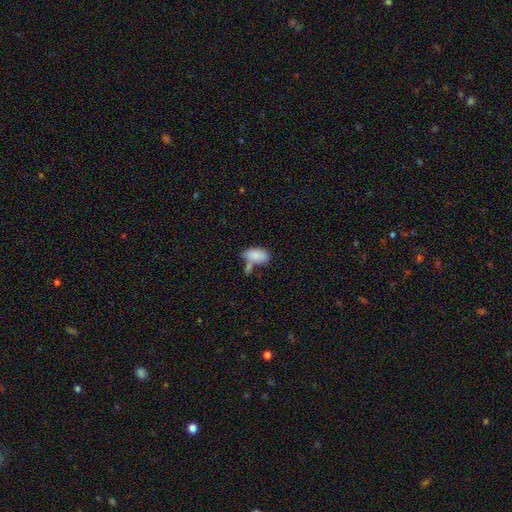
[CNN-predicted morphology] Smooth or featured?
  - smooth: 83% *
  - featured or disk: 9%
  - star or artifact: 7%
How rounded?
  - in between: 93% *
  - round: 4%
  - cigar-shaped: 3%
Merging?
  - merger: 38% * (tied)
  - none: 38% * (tied)
  - minor disturbance: 17%
  - major disturbance: 7%